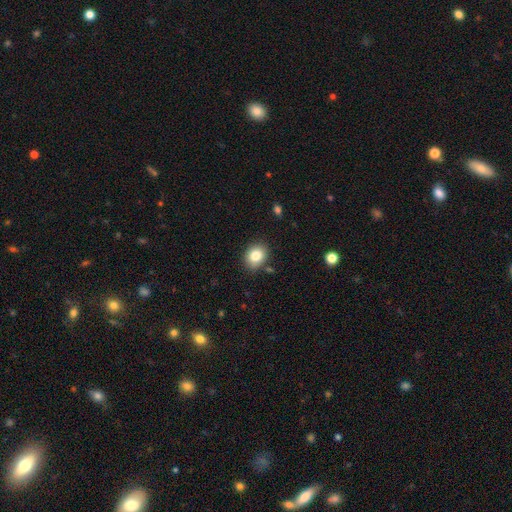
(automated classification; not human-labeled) smooth-or-featured: smooth: 83% | star or artifact: 9% | featured or disk: 8%
  how-rounded: in between: 50% | round: 49% | cigar-shaped: 1%
  merging: none: 83% | minor disturbance: 11% | merger: 3% | major disturbance: 3%